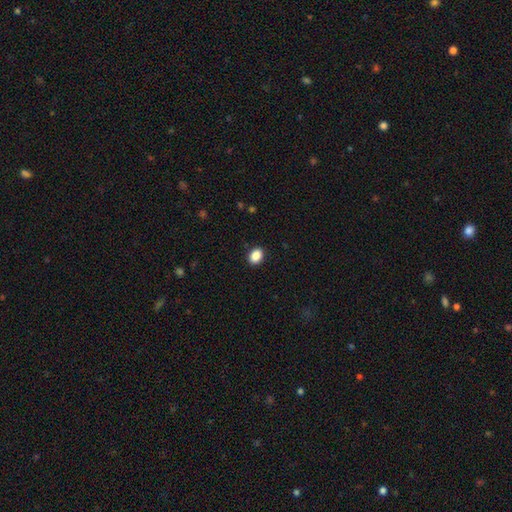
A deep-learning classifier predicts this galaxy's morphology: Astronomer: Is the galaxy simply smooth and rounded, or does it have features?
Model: smooth — 88%.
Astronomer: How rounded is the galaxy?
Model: in between — 71%.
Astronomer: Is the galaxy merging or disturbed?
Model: none — 90%.